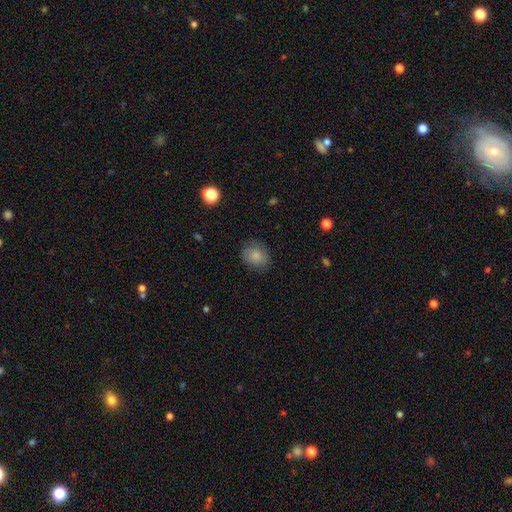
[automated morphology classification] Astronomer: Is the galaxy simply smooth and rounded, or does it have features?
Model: smooth — 84%.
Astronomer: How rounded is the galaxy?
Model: round — 62% (runner-up: in between, 37%).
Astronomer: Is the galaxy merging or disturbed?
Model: none — 82%.